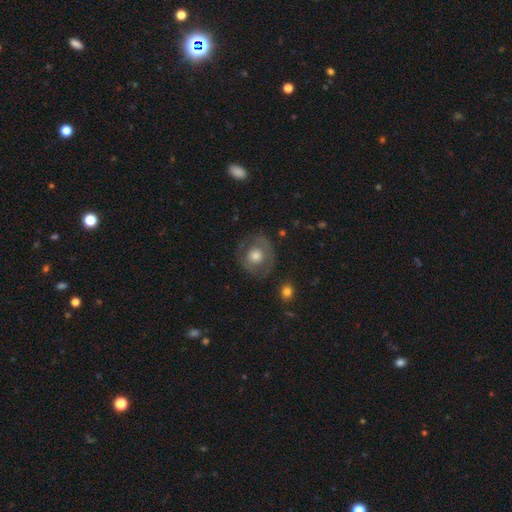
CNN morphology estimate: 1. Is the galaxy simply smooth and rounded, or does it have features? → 55% smooth, 38% featured or disk, 8% star or artifact.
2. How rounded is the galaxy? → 82% round, 17% in between, 1% cigar-shaped.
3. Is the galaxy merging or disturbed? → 77% none, 15% minor disturbance, 7% major disturbance, 1% merger.